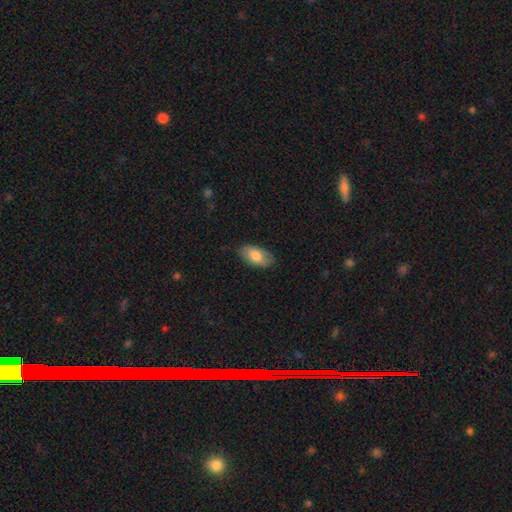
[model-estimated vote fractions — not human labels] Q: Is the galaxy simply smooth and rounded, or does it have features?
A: smooth — 77%.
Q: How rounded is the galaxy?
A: in between — 94%.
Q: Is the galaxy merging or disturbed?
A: none — 82%.